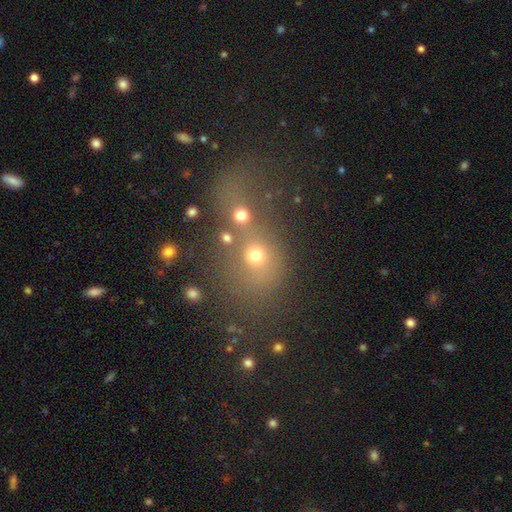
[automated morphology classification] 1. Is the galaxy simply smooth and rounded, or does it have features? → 59% smooth, 23% star or artifact, 17% featured or disk.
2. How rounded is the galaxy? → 63% round, 35% in between, 2% cigar-shaped.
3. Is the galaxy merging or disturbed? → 52% merger, 28% none, 11% major disturbance, 9% minor disturbance.